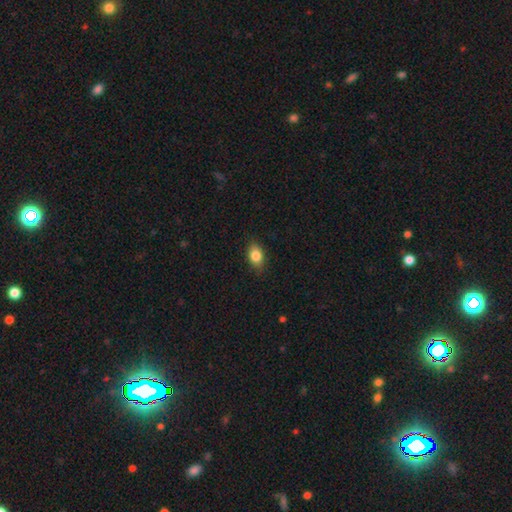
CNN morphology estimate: Q: Smooth or featured?
A: smooth (83%); runner-up: featured or disk (8%)
Q: How rounded?
A: in between (80%); runner-up: round (17%)
Q: Merging?
A: none (85%); runner-up: minor disturbance (12%)